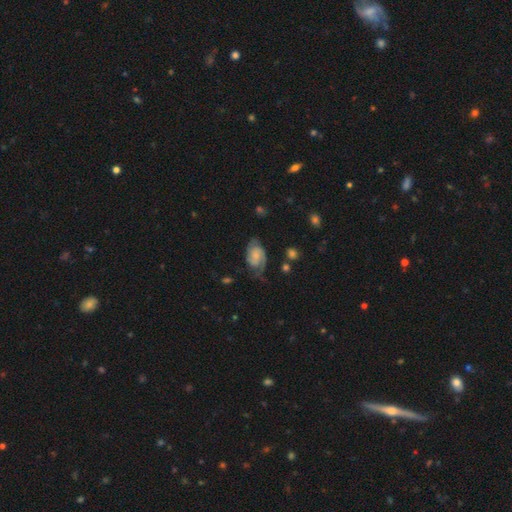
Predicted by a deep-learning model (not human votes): Smooth or featured?
  - featured or disk: 68% *
  - smooth: 25%
  - star or artifact: 7%
Edge-on disk?
  - no: 97% *
  - yes: 3%
Bar?
  - no: 62% *
  - weak: 33%
  - strong: 5%
Spiral arms?
  - yes: 93% *
  - no: 7%
Spiral winding?
  - medium: 43% *
  - tight: 38%
  - loose: 18%
Spiral arm count?
  - 2: 72% *
  - can't tell: 13%
  - 1: 6%
  - 3: 5%
  - 4: 2%
  - more than 4: 1%
Bulge size?
  - small: 48% *
  - moderate: 27%
  - none: 18%
  - large: 5%
  - dominant: 2%
Merging?
  - none: 55% *
  - minor disturbance: 27%
  - major disturbance: 15%
  - merger: 2%